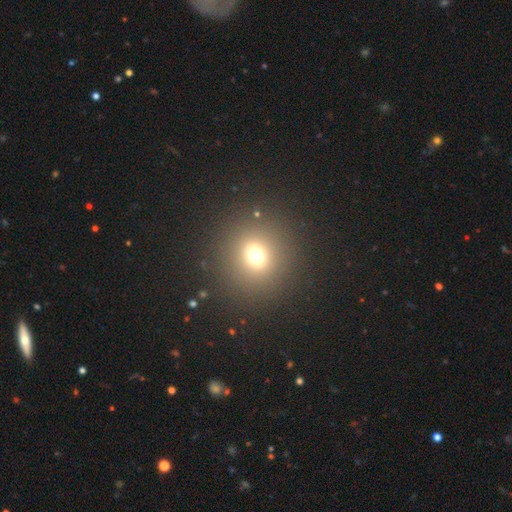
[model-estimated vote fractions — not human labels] smooth-or-featured: smooth: 66% | star or artifact: 25% | featured or disk: 9%
  how-rounded: round: 89% | in between: 10% | cigar-shaped: 1%
  merging: none: 87% | minor disturbance: 6% | major disturbance: 5% | merger: 2%